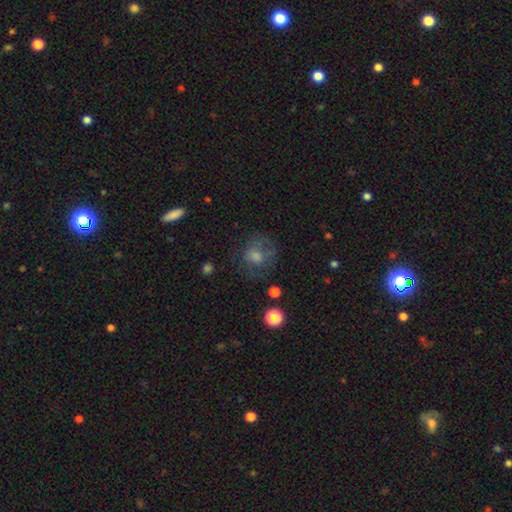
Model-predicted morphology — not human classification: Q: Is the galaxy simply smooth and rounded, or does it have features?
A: smooth — 53%.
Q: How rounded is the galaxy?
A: round — 70%.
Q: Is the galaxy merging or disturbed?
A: none — 59%.